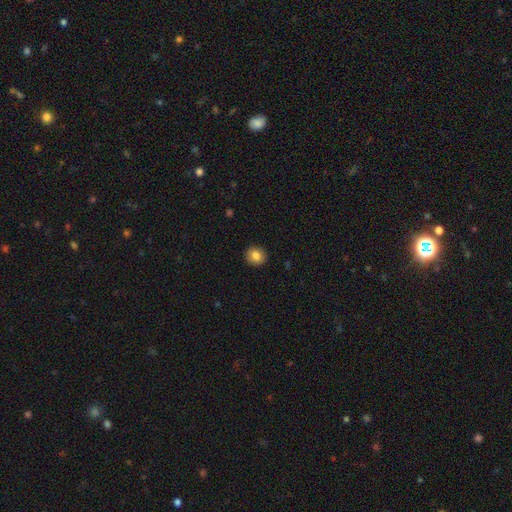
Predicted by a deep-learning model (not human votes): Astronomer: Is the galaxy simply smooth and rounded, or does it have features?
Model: smooth — 84%.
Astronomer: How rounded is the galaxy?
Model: round — 82%.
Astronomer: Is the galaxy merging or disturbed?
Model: none — 91%.